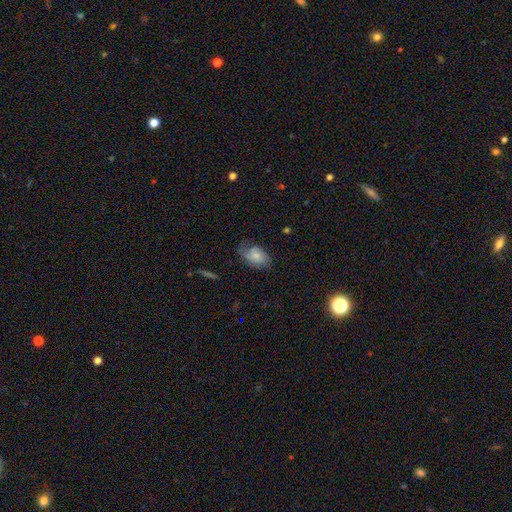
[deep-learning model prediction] A smooth galaxy with no disk features (60%) that is in between round and cigar-shaped (88%).

Vote fractions:
- Smooth or featured? smooth: 60% / featured or disk: 31% / star or artifact: 8%
- How rounded? in between: 88% / round: 10% / cigar-shaped: 2%
- Merging? none: 53% / minor disturbance: 31% / major disturbance: 15% / merger: 2%